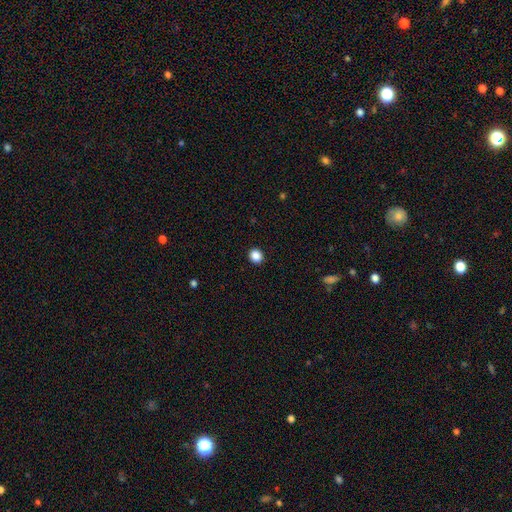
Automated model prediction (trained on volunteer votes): Smooth or featured: smooth — 87% (star or artifact — 10%)
How rounded: round — 85% (in between — 14%)
Merging: none — 93% (minor disturbance — 5%)